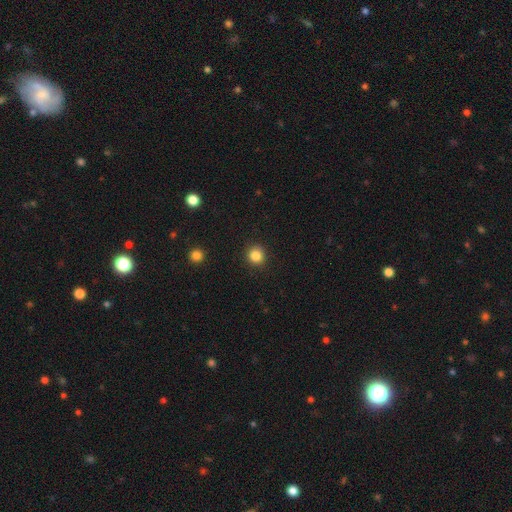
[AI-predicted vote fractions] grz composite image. It shows a smooth galaxy with no disk features (85%) that is round (91%). Merging: none (91%).